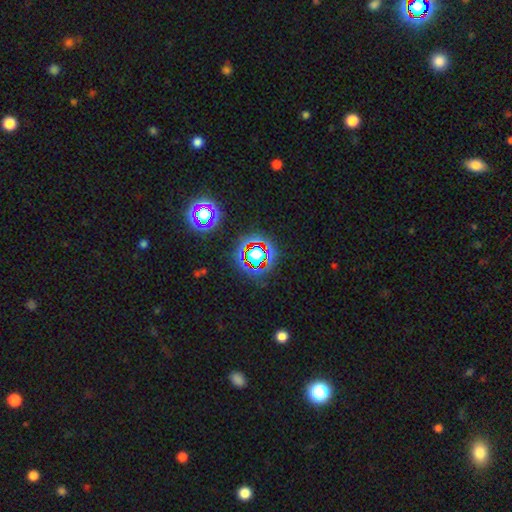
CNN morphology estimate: smooth_or_featured: star or artifact (p=0.65) [alt: smooth p=0.21]